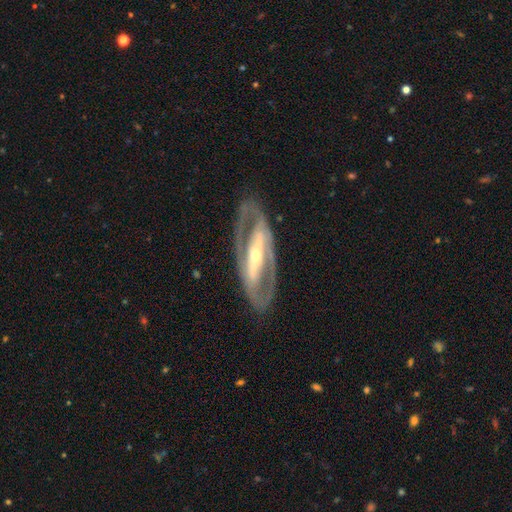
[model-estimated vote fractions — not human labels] Smooth or featured: featured or disk — 88% (smooth — 8%)
Edge-on disk: no — 89% (yes — 11%)
Bar: strong — 74% (weak — 15%)
Spiral arms: yes — 77% (no — 23%)
Spiral winding: medium — 43% (tight — 42%)
Spiral arm count: 2 — 87% (can't tell — 7%)
Bulge size: small — 57% (moderate — 37%)
Merging: none — 82% (minor disturbance — 11%)